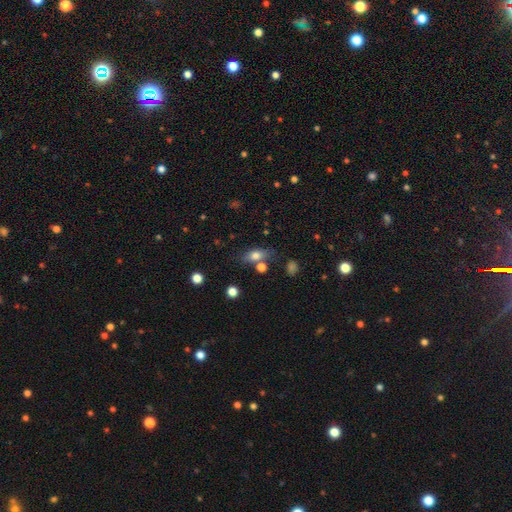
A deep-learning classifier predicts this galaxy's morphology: A smooth galaxy with no disk features (73%) that is in between round and cigar-shaped (75%). Merging: none (65%).